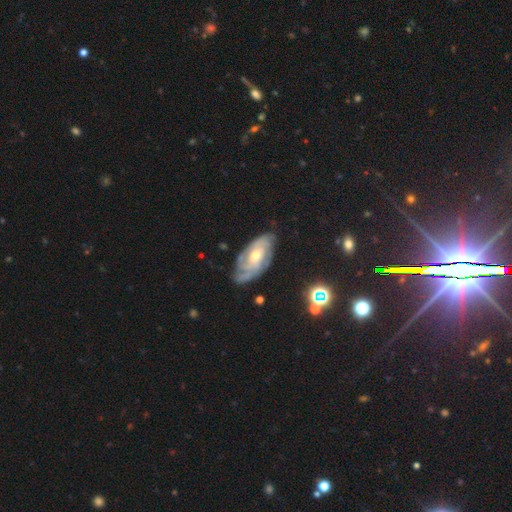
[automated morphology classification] This is clearly a featured or disk galaxy (81%). It is clearly not viewed edge-on (94%). Bar: likely no (69%). Spiral arm pattern: clearly yes (94%). Spiral arm count: marginally can't tell (41%). Spiral winding: likely tight (65%). Central bulge: possibly moderate (55%). Merging: likely none (70%).